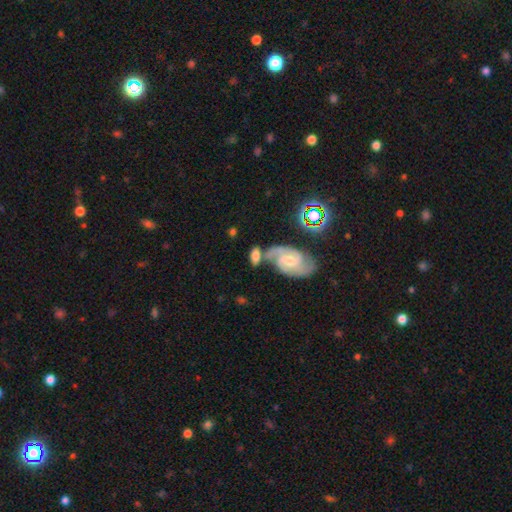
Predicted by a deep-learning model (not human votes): Morphology: type=smooth (46%); merging=none (39%).